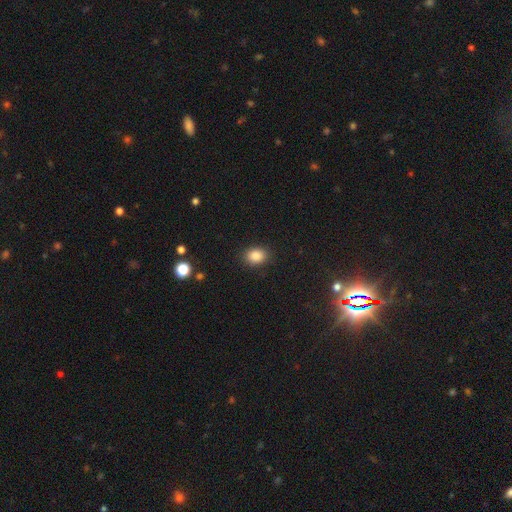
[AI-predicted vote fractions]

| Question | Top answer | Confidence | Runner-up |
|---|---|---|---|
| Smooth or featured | smooth | 87% | star or artifact (10%) |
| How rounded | in between | 61% | round (38%) |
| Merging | none | 88% | minor disturbance (8%) |